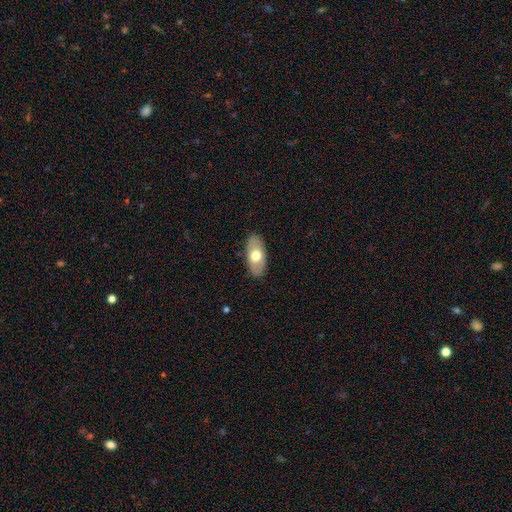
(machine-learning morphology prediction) Smooth or featured: smooth — 61% (featured or disk — 33%)
How rounded: in between — 92% (cigar-shaped — 4%)
Merging: none — 86% (minor disturbance — 11%)